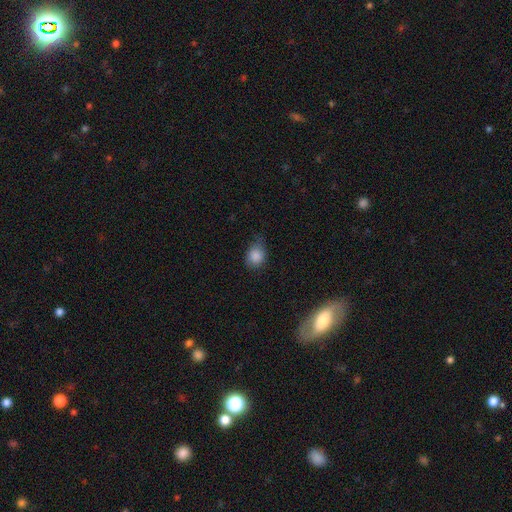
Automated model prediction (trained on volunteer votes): This is clearly a smooth galaxy (86%). How rounded: possibly round (59%). Merging: possibly none (60%).